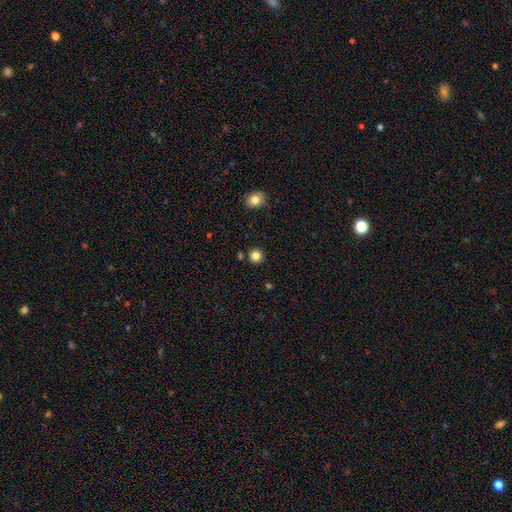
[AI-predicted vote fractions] This is clearly a smooth galaxy (84%). How rounded: clearly round (93%). Merging: clearly none (89%).